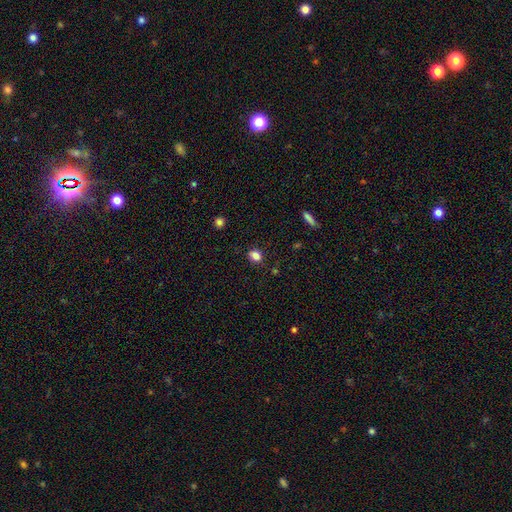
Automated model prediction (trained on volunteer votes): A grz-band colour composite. It shows a smooth galaxy with no disk features (80%) that is in between round and cigar-shaped (51%). Merging: none (79%).